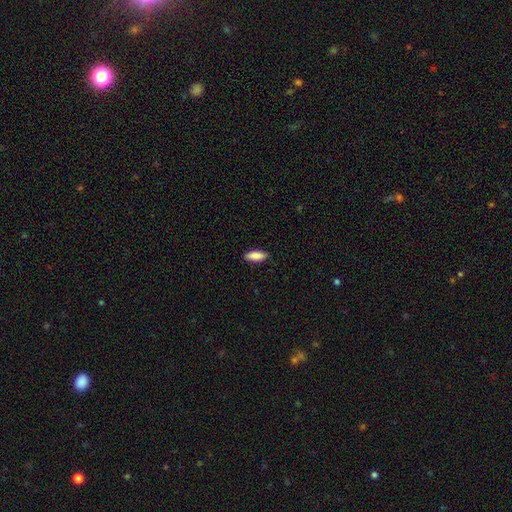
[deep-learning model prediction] This is clearly a smooth galaxy (89%). How rounded: likely in between (75%). Merging: clearly none (89%).